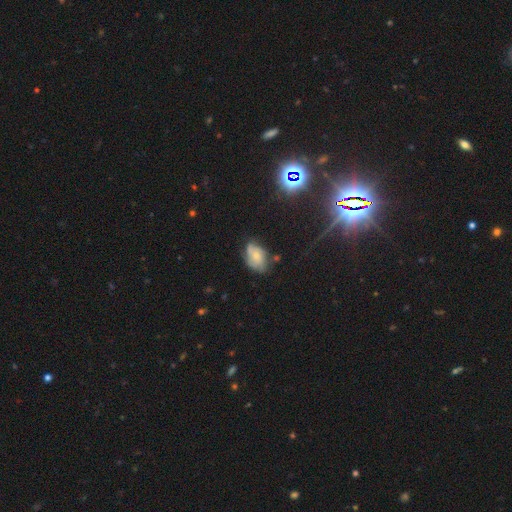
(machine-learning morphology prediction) This appears to be a smooth galaxy with no disk features (47%). Merging: none (52%).